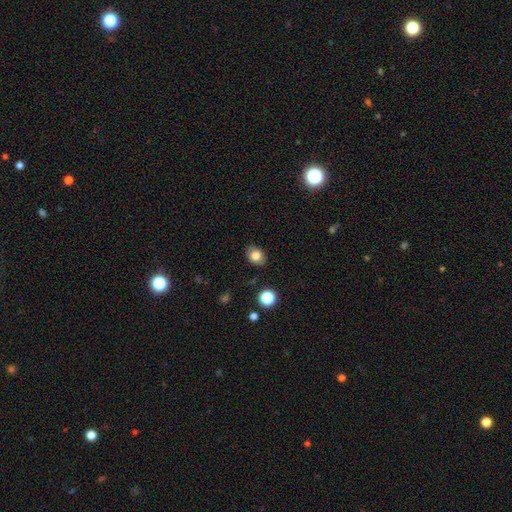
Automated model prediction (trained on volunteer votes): smooth-or-featured: smooth: 79% | featured or disk: 11% | star or artifact: 10%
  how-rounded: in between: 61% | round: 38% | cigar-shaped: 1%
  merging: none: 86% | minor disturbance: 10% | major disturbance: 2% | merger: 1%